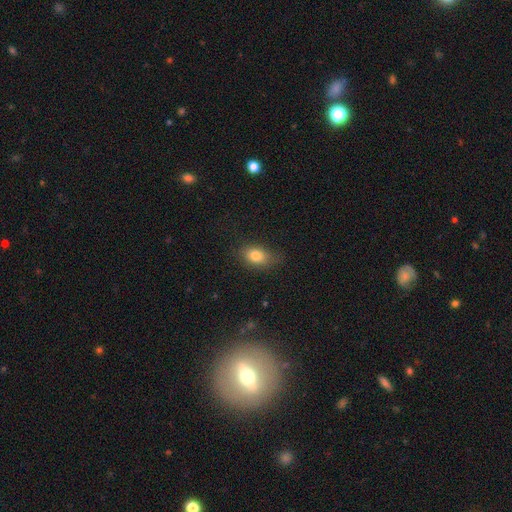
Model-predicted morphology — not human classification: Smooth or featured? smooth (80%)
How rounded? in between (78%)
Merging? none (76%)